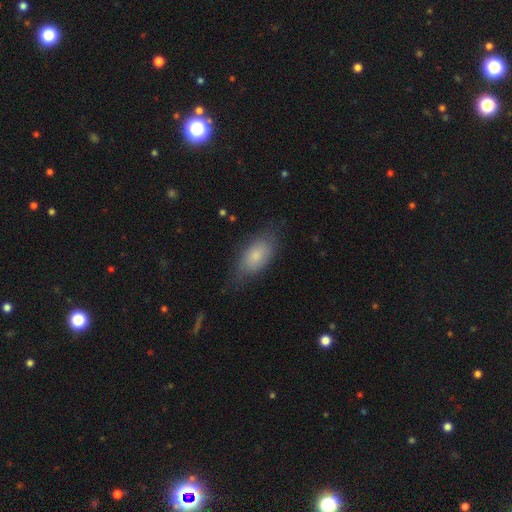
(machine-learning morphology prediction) Smooth or featured? smooth (76%)
How rounded? in between (89%)
Merging? none (66%)